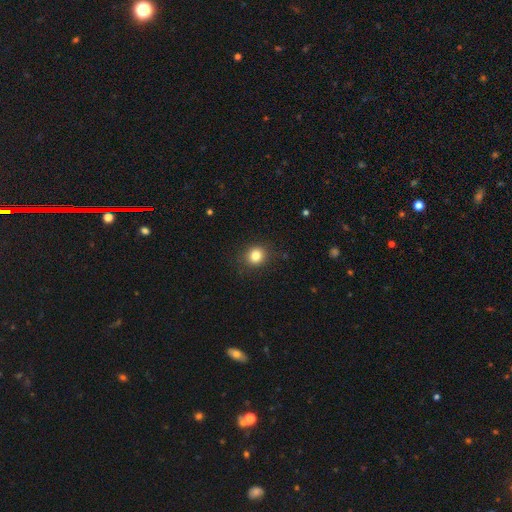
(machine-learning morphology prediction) smooth 83%, star or artifact 11%, featured or disk 5%. Down the decision tree: how rounded — round (83%); merging — none (88%).